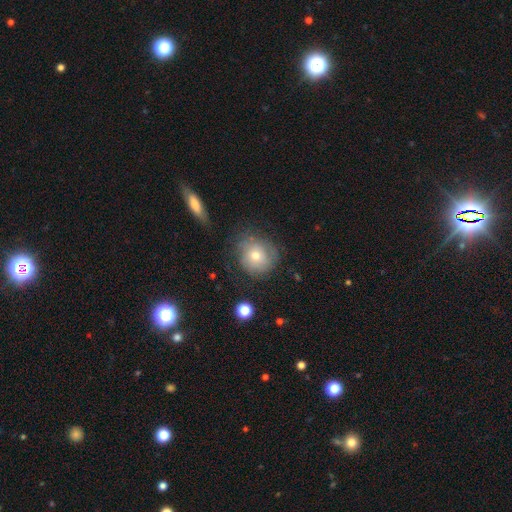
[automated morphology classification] smooth 54%, featured or disk 36%, star or artifact 10%. Down the decision tree: how rounded — round (84%); merging — none (66%).